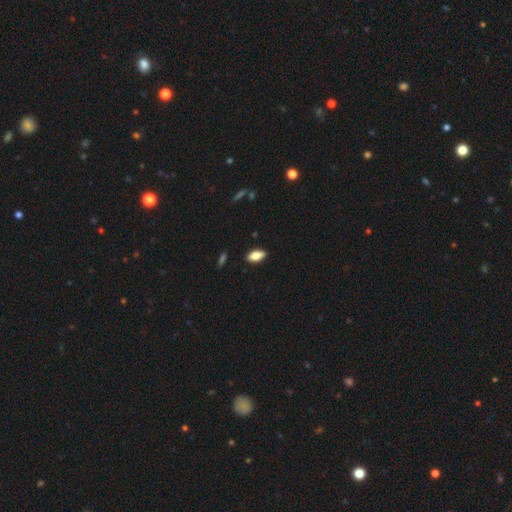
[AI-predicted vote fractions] Smooth or featured? smooth (80%)
How rounded? in between (89%)
Merging? none (87%)